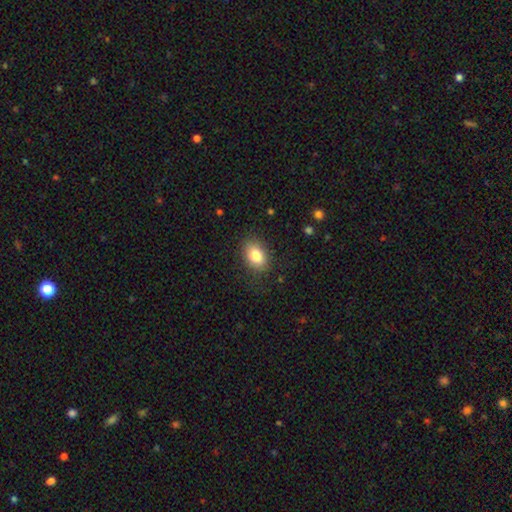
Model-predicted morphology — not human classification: Smooth or featured? Predicted: smooth (p=0.83). How rounded? Predicted: in between (p=0.79). Merging? Predicted: none (p=0.83).